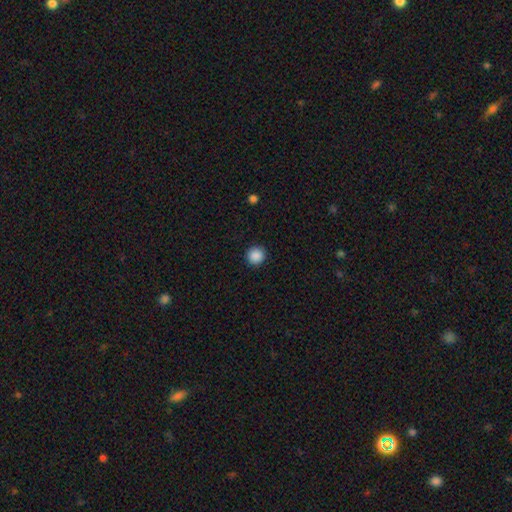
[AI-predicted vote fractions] Overall: smooth (88%). How rounded: round (94%). Merging: none (92%).